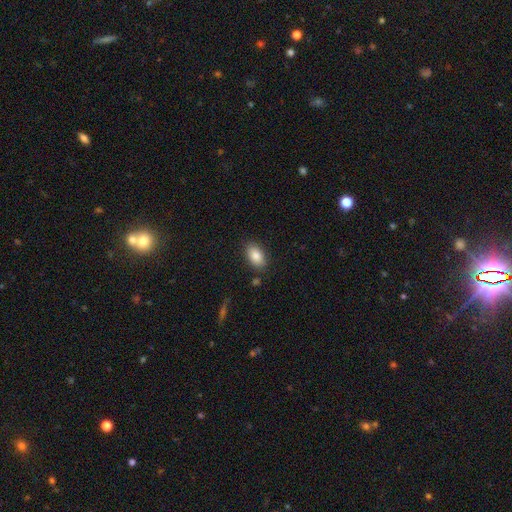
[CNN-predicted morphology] This appears to be a smooth galaxy with no disk features (85%) that is in between round and cigar-shaped (92%). Merging: none (84%).